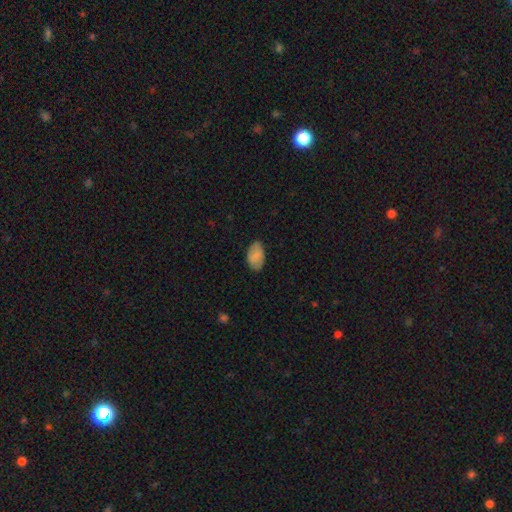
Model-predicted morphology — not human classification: Overall: smooth (83%). How rounded: in between (93%). Merging: none (79%).